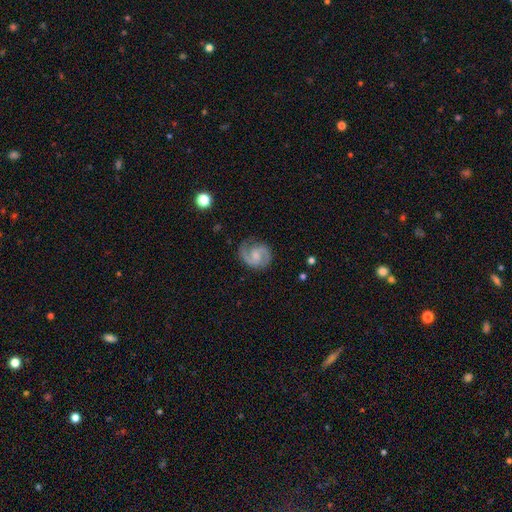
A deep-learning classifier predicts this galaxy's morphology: smooth-or-featured: featured or disk: 85% | smooth: 10% | star or artifact: 5%
  disk-edge-on: no: 98% | yes: 2%
    bar: weak: 47% | no: 44% | strong: 9%
    has-spiral-arms: yes: 97% | no: 3%
      spiral-winding: medium: 57% | tight: 29% | loose: 15%
      spiral-arm-count: 2: 91% | can't tell: 3% | 1: 2% | 3: 1% | 4: 1% | more than 4: 1%
    bulge-size: small: 35% | moderate: 33% | none: 25% | large: 5% | dominant: 1%
  merging: none: 78% | minor disturbance: 15% | major disturbance: 5% | merger: 1%